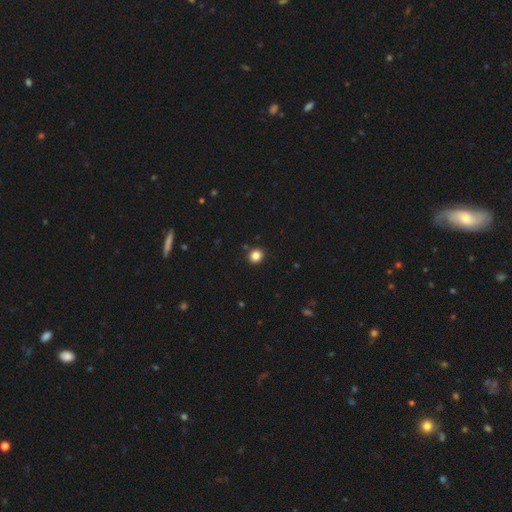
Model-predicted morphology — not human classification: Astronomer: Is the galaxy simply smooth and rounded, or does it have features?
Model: smooth — 84%.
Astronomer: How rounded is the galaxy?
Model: round — 85%.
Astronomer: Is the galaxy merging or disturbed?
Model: none — 91%.